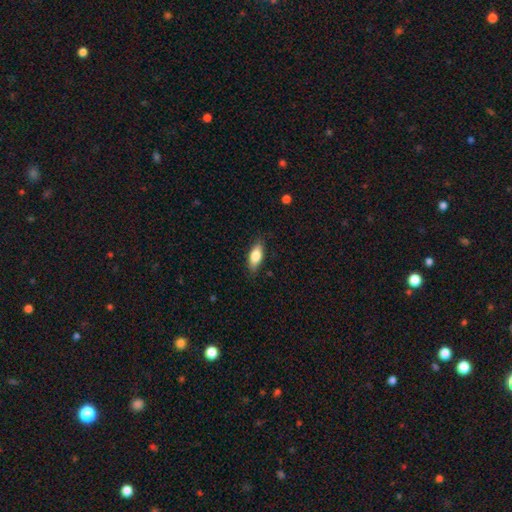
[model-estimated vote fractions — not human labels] Overall: smooth (80%). How rounded: in between (79%). Merging: none (83%).